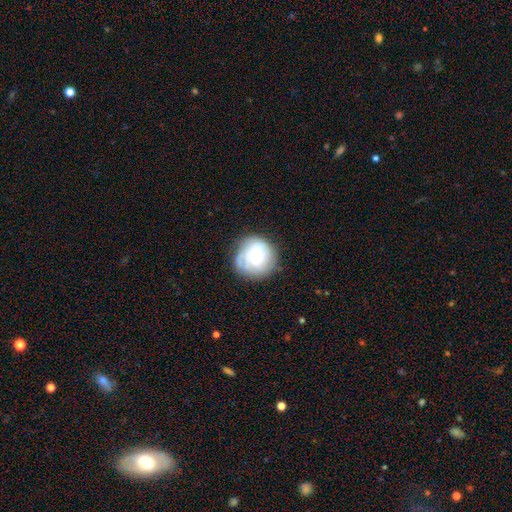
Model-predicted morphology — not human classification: Overall: smooth (51%; featured or disk 40%). How rounded: round (91%). Merging: none (73%).